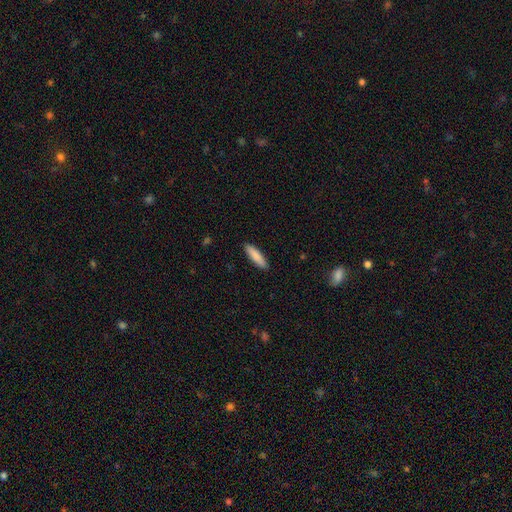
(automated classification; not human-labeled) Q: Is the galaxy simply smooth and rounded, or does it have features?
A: smooth — 87%.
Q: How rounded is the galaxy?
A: cigar-shaped — 71%.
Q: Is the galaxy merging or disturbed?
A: none — 91%.